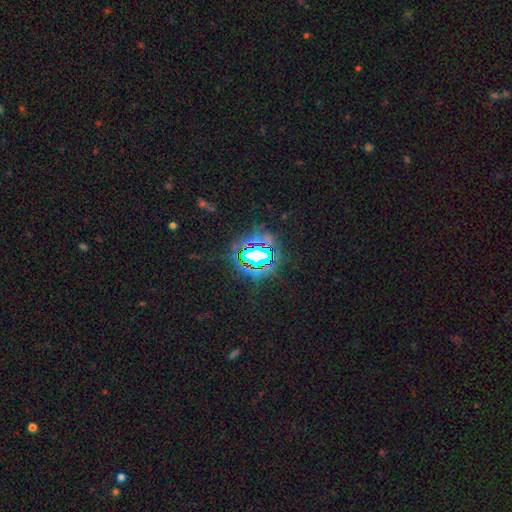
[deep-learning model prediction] A star or artifact, not a galaxy (79%).